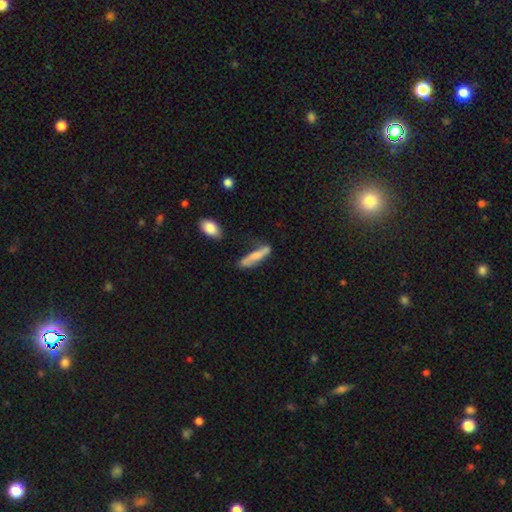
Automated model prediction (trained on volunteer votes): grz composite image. It shows a smooth galaxy with no disk features (64%) that is cigar-shaped (76%). Merging: none (53%).